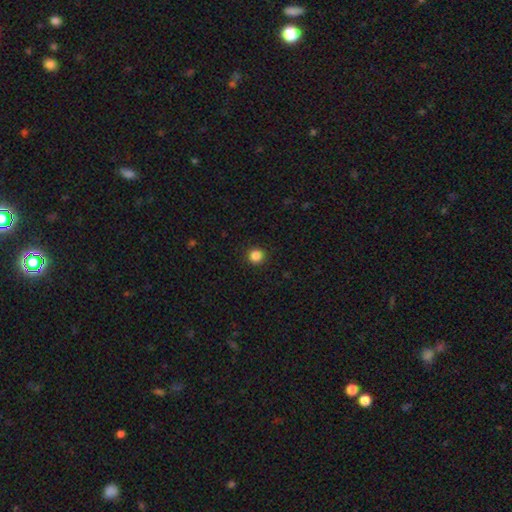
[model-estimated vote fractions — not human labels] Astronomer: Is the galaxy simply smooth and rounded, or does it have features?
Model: smooth — 86%.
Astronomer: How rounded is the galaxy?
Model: round — 94%.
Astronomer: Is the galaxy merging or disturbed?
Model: none — 92%.